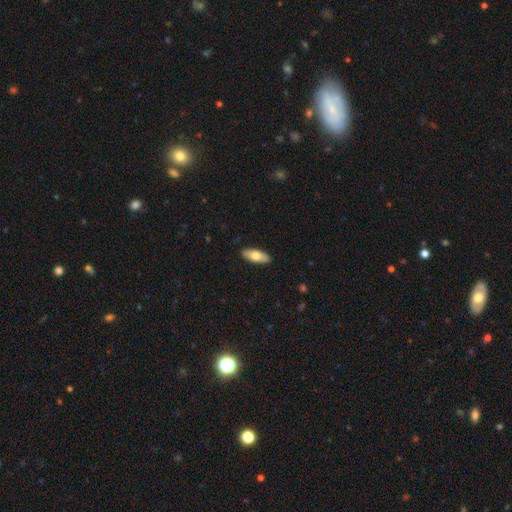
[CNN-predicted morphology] Q: Smooth or featured?
A: smooth (69%); runner-up: featured or disk (26%)
Q: How rounded?
A: in between (77%); runner-up: cigar-shaped (21%)
Q: Merging?
A: none (89%); runner-up: minor disturbance (8%)